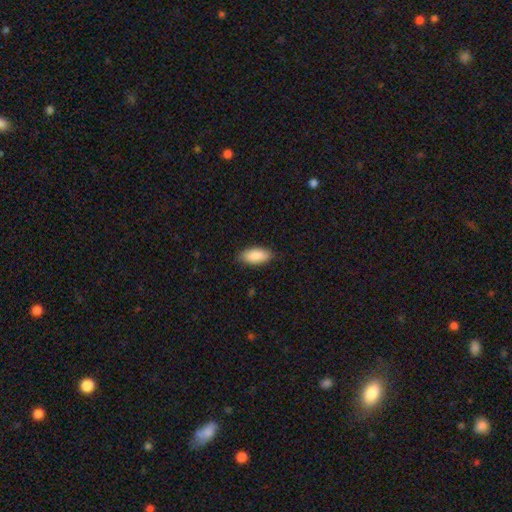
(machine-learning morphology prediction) This appears to be a smooth galaxy with no disk features (88%) that is in between round and cigar-shaped (89%). Merging: none (86%).